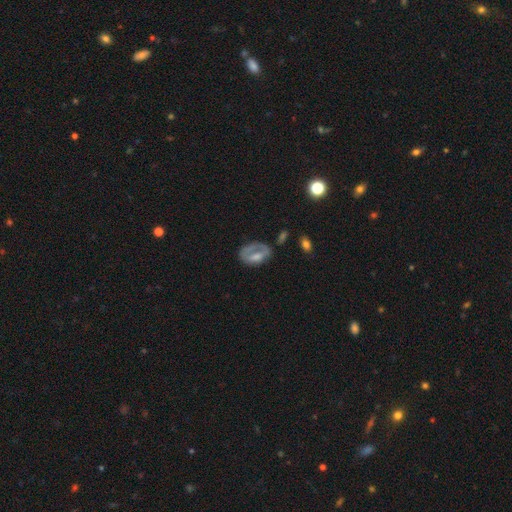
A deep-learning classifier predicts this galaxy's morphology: smooth 48%, featured or disk 44%, star or artifact 9%. Down the decision tree: merging — none (41%).